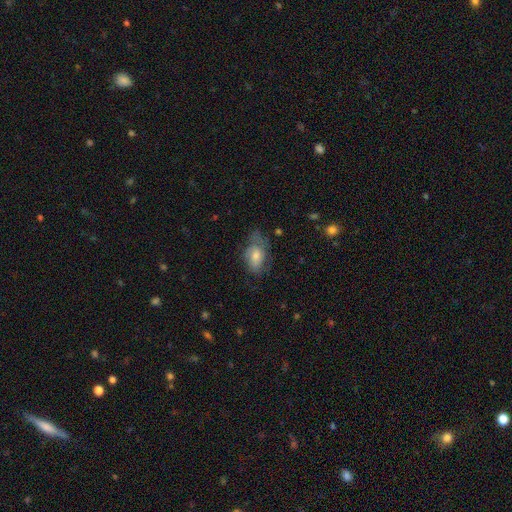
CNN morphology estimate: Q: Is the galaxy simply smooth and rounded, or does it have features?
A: smooth — 51%.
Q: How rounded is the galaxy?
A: in between — 87%.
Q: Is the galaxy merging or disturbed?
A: none — 53%.